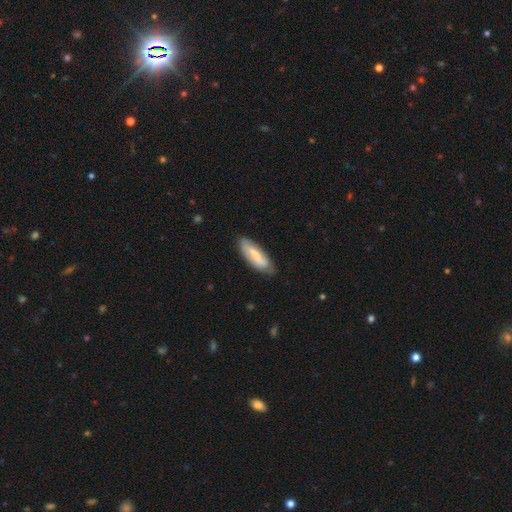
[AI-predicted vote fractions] Smooth or featured?
  - smooth: 54% *
  - featured or disk: 40%
  - star or artifact: 6%
How rounded?
  - in between: 63% *
  - cigar-shaped: 35%
  - round: 2%
Merging?
  - none: 77% *
  - minor disturbance: 18%
  - major disturbance: 3%
  - merger: 1%